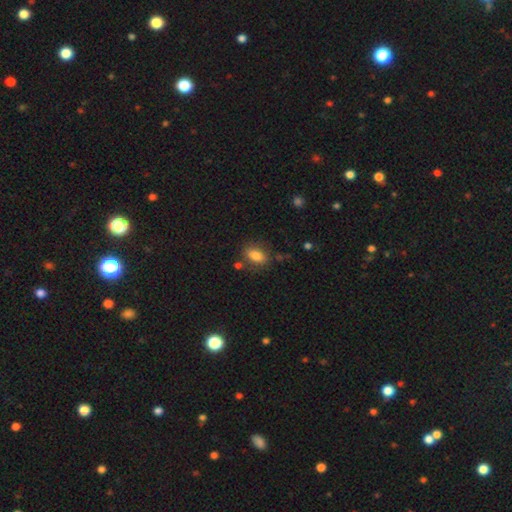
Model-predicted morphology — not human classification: Overall: smooth (81%). How rounded: in between (84%). Merging: none (76%).